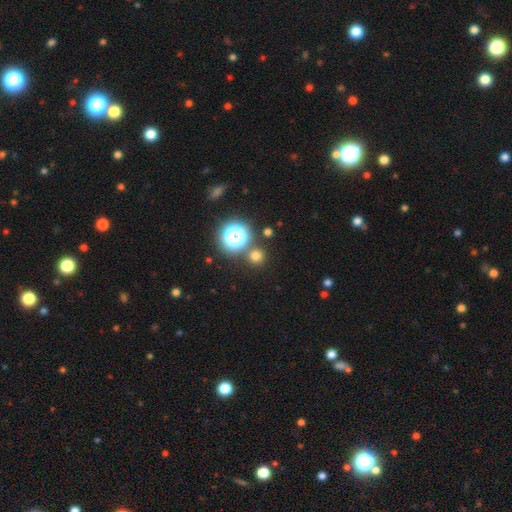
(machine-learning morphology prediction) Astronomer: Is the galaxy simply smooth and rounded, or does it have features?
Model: smooth — 67%.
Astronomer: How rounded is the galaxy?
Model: round — 93%.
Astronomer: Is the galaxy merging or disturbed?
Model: none — 81%.